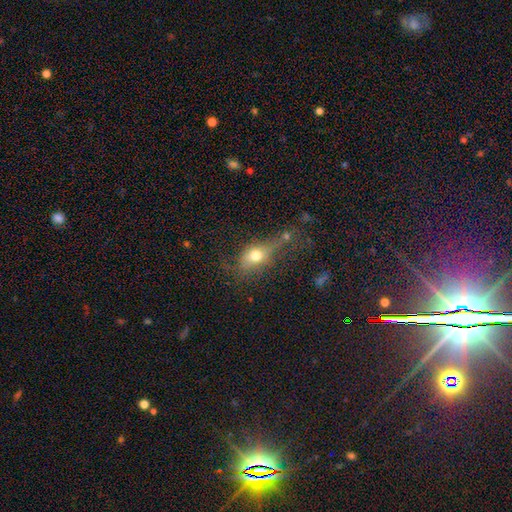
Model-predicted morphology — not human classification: smooth-or-featured: smooth: 65% | featured or disk: 21% | star or artifact: 14%
  how-rounded: in between: 65% | round: 27% | cigar-shaped: 8%
  merging: none: 36% | major disturbance: 29% | minor disturbance: 24% | merger: 10%